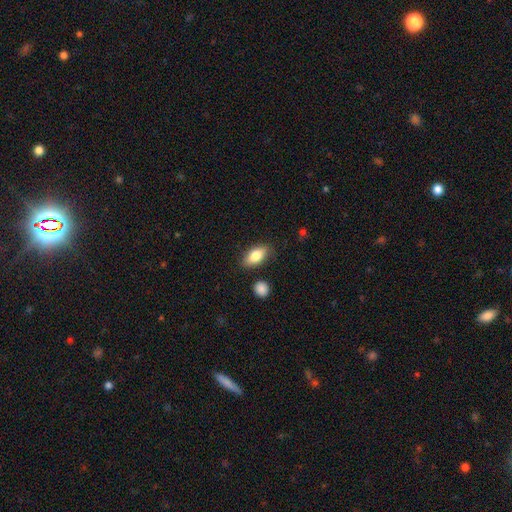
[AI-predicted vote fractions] This is clearly a smooth galaxy (80%). How rounded: clearly in between (87%). Merging: clearly none (81%).